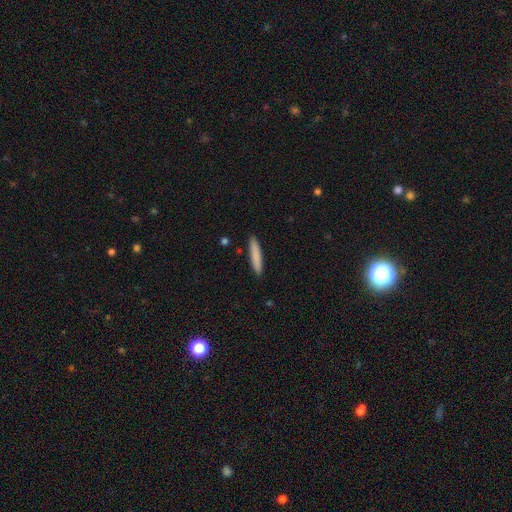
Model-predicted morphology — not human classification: This appears to be a smooth galaxy with no disk features (84%) that is cigar-shaped (92%). Merging: none (90%).